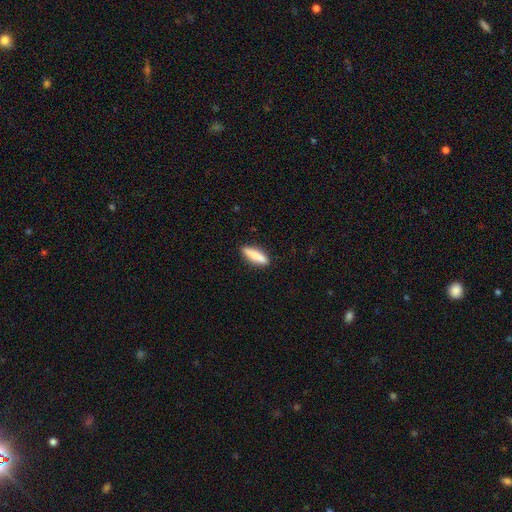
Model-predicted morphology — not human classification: A smooth galaxy with no disk features (83%) that is cigar-shaped (67%).

Vote fractions:
- Smooth or featured? smooth: 83% / featured or disk: 11% / star or artifact: 6%
- How rounded? cigar-shaped: 67% / in between: 32% / round: 2%
- Merging? none: 88% / minor disturbance: 9% / major disturbance: 2% / merger: 1%